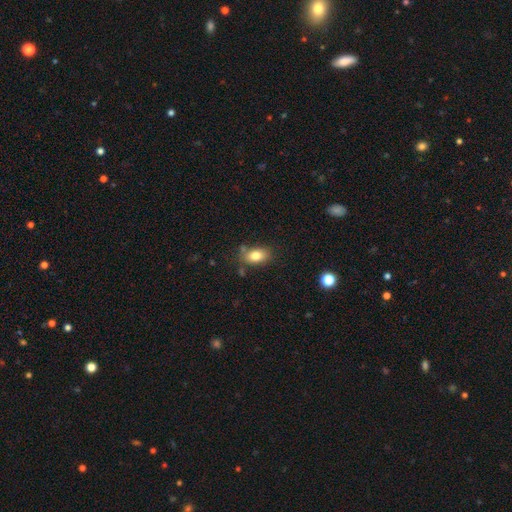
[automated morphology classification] This appears to be a smooth galaxy with no disk features (81%) that is in between round and cigar-shaped (86%). Merging: none (74%).